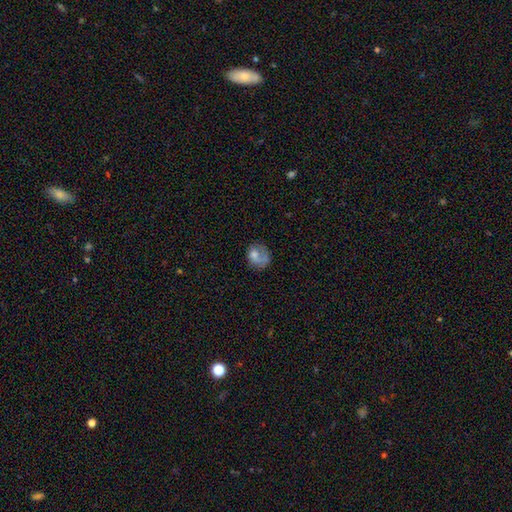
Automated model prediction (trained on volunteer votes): smooth 57%, featured or disk 34%, star or artifact 9%. Down the decision tree: how rounded — round (58%); merging — none (42%).